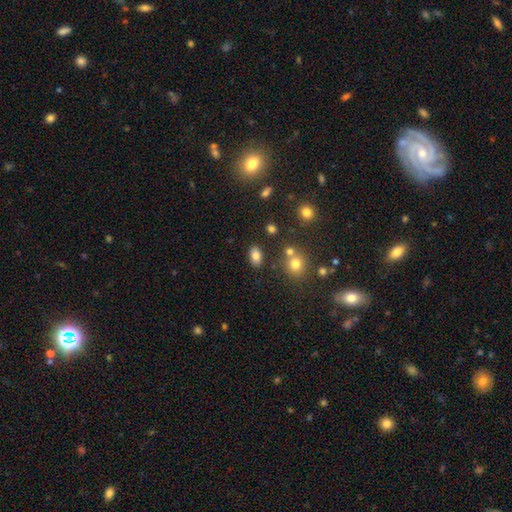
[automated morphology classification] smooth_or_featured: smooth (p=0.81) [alt: star or artifact p=0.11]
how_rounded: in between (p=0.87) [alt: round p=0.11]
merging: none (p=0.82) [alt: minor disturbance p=0.10]